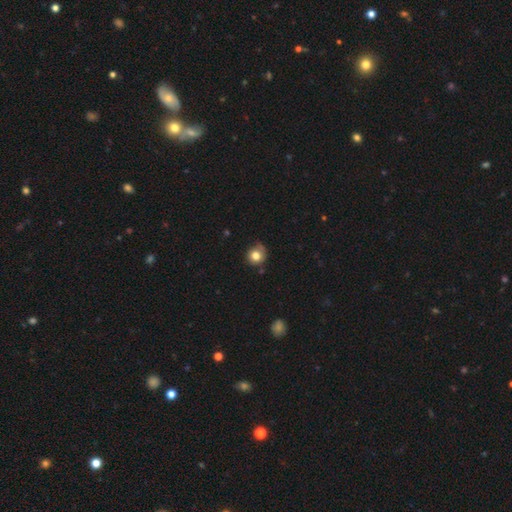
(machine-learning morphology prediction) Smooth or featured: smooth — 79% (star or artifact — 11%)
How rounded: round — 89% (in between — 10%)
Merging: none — 69% (minor disturbance — 22%)